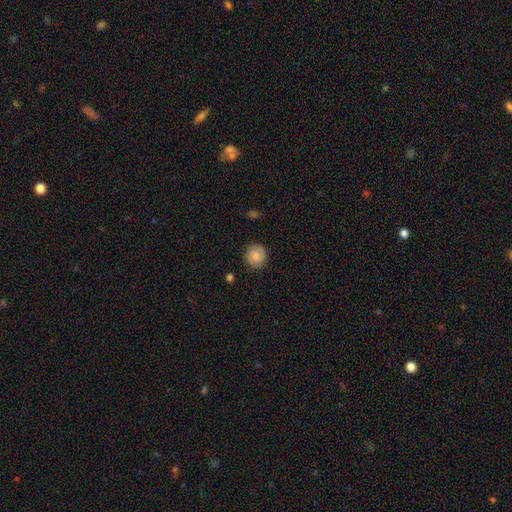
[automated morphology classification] A smooth galaxy with no disk features (71%) that is round (89%). Merging: none (85%).